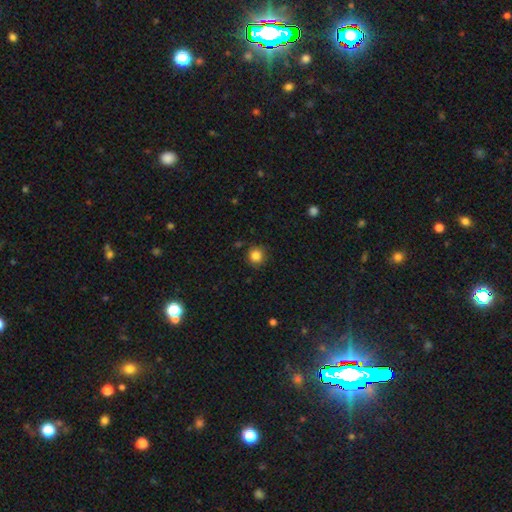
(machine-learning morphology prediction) smooth 84%, star or artifact 11%, featured or disk 5%. Down the decision tree: how rounded — round (92%); merging — none (87%).